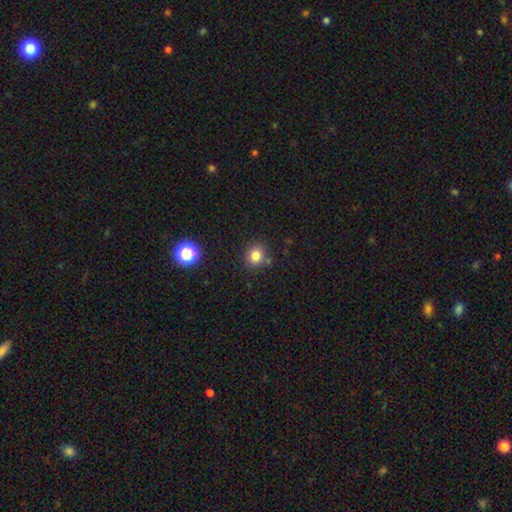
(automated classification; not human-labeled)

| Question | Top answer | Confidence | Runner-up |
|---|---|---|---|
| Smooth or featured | smooth | 80% | star or artifact (13%) |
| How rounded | round | 75% | in between (24%) |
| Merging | none | 81% | minor disturbance (10%) |